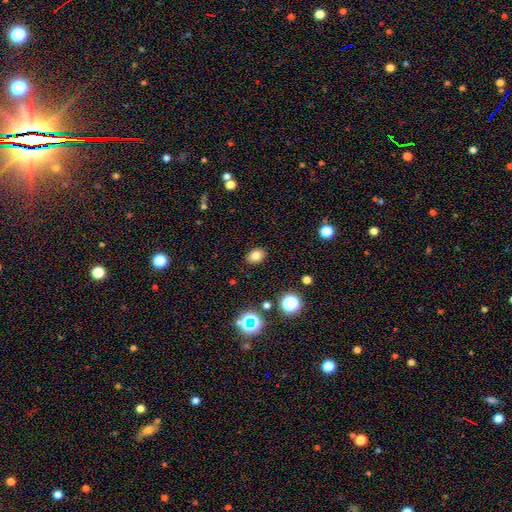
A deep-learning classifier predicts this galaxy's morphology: smooth 79%, star or artifact 13%, featured or disk 8%. Down the decision tree: how rounded — in between (71%); merging — none (88%).